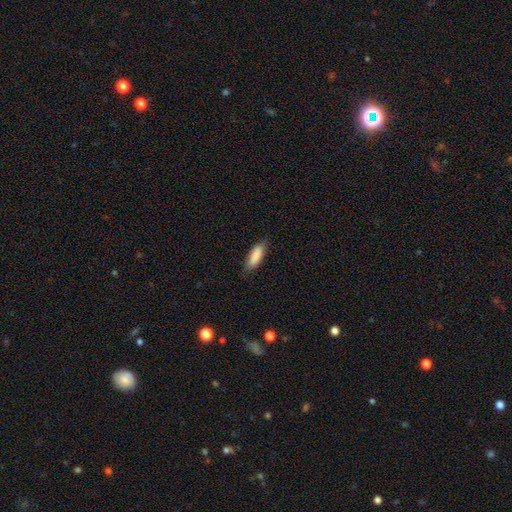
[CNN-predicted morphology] Smooth or featured? Predicted: smooth (p=0.88). How rounded? Predicted: in between (p=0.58). Merging? Predicted: none (p=0.82).